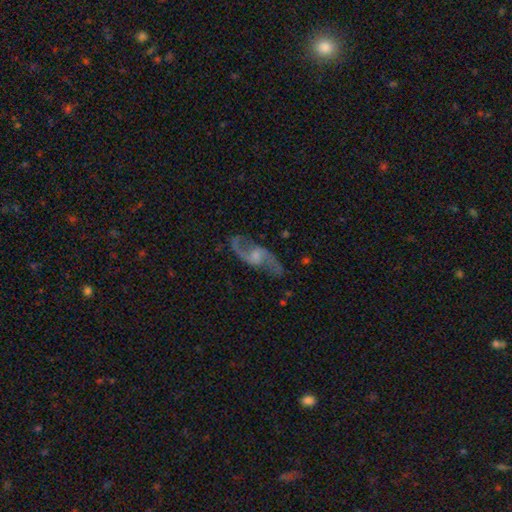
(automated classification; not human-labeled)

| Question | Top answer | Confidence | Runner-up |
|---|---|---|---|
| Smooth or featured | featured or disk | 87% | smooth (7%) |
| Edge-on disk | no | 95% | yes (5%) |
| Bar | no | 51% | weak (40%) |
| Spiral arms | yes | 96% | no (4%) |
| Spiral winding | loose | 61% | medium (33%) |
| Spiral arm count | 2 | 93% | can't tell (3%) |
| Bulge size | small | 50% | moderate (35%) |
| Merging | none | 78% | minor disturbance (14%) |